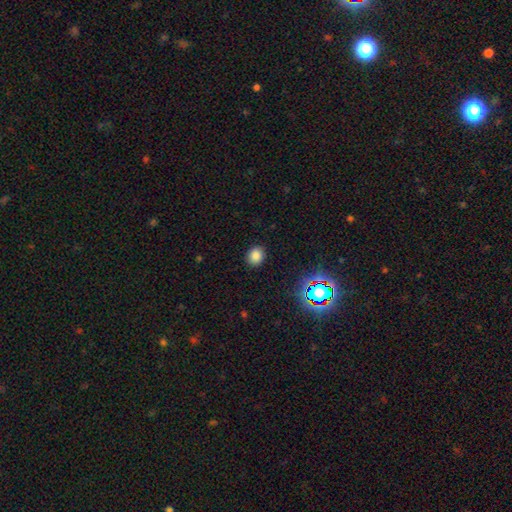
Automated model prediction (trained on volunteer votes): Smooth or featured?
  - smooth: 82% *
  - star or artifact: 14%
  - featured or disk: 5%
How rounded?
  - round: 63% *
  - in between: 36%
  - cigar-shaped: 1%
Merging?
  - none: 89% *
  - minor disturbance: 7%
  - major disturbance: 2%
  - merger: 1%